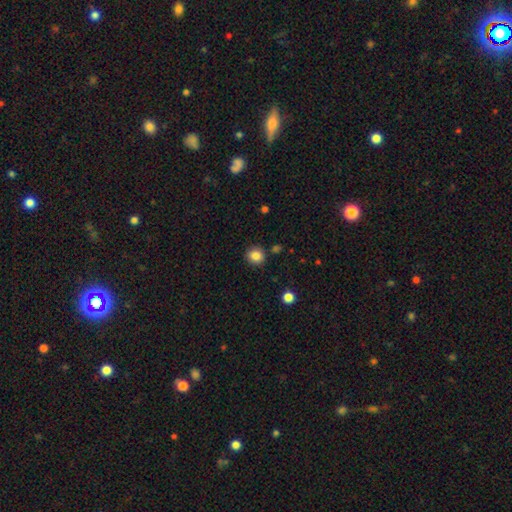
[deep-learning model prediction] The model was most divided on "how rounded": round: 86%, in between: 13%, cigar-shaped: 1%. More confident: merging — none (87%); smooth or featured — smooth (85%).